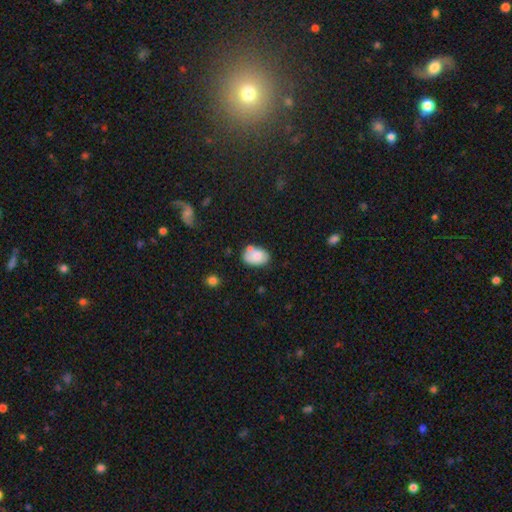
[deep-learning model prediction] Overall: smooth (73%). How rounded: in between (85%). Merging: none (57%; minor disturbance 24%).